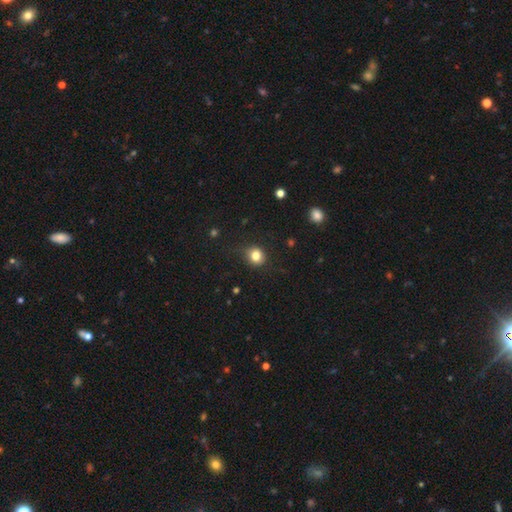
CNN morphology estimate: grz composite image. It shows a smooth galaxy with no disk features (81%) that is round (78%). Merging: none (79%).